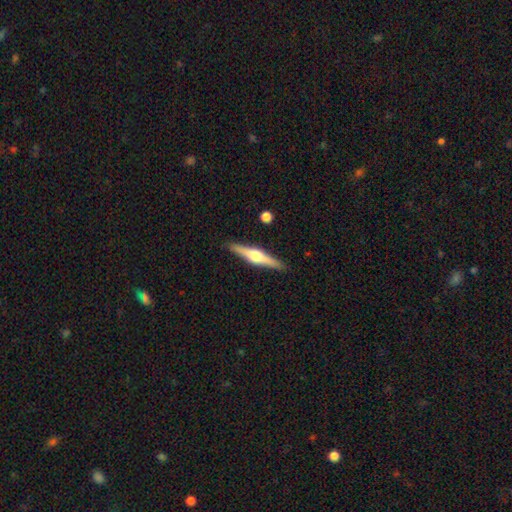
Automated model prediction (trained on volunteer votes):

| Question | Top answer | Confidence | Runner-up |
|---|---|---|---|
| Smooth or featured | featured or disk | 73% | smooth (22%) |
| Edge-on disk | yes | 98% | no (2%) |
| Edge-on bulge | rounded | 93% | boxy (5%) |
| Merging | none | 90% | minor disturbance (7%) |